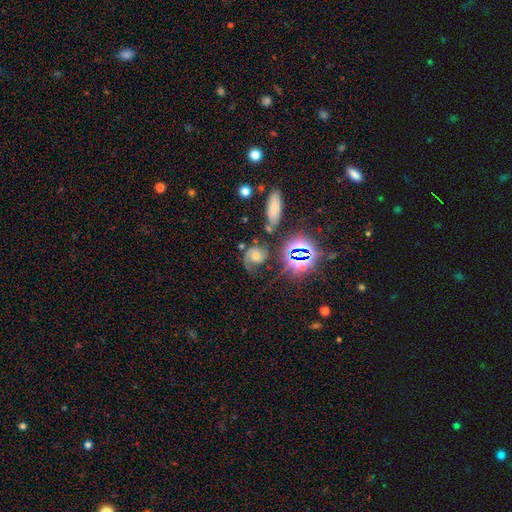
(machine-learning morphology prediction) This appears to be a featured or disk galaxy (45%). Merging: none (53%).